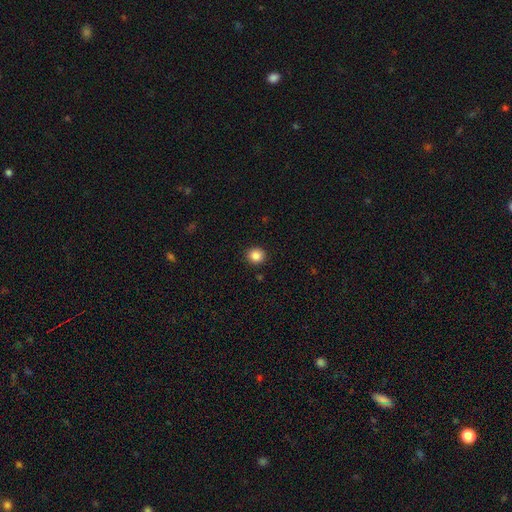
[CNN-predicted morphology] This appears to be a smooth galaxy with no disk features (86%) that is round (89%). Merging: none (91%).